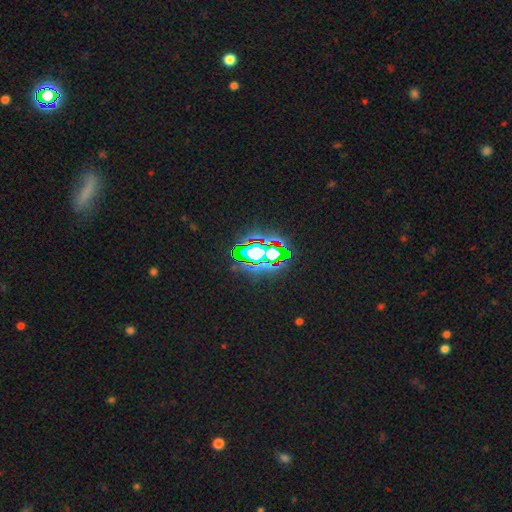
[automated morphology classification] star or artifact 63%, smooth 19%, featured or disk 18%.